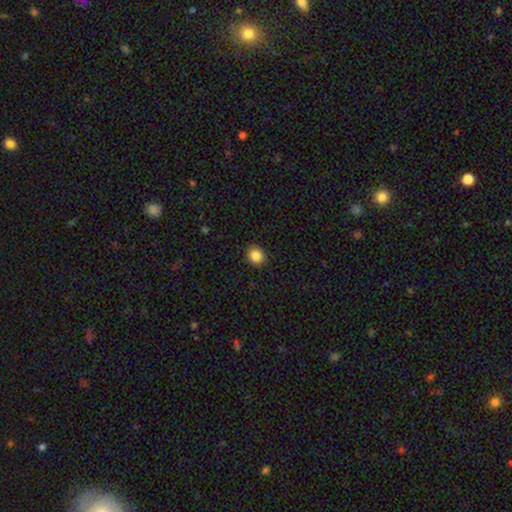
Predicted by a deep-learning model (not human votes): Smooth or featured? Predicted: smooth (p=0.86). How rounded? Predicted: round (p=0.79). Merging? Predicted: none (p=0.91).